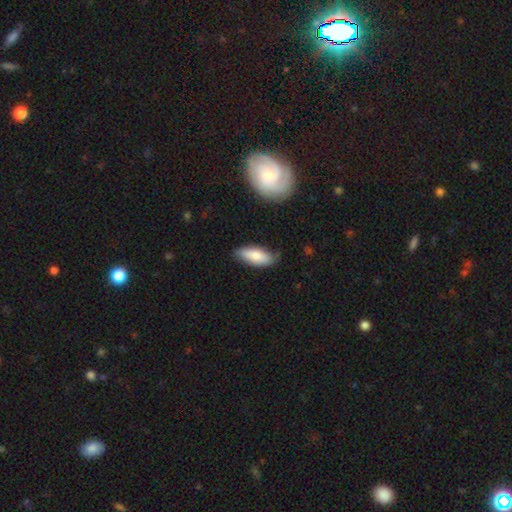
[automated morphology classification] Smooth or featured? smooth (79%)
How rounded? in between (79%)
Merging? none (74%)